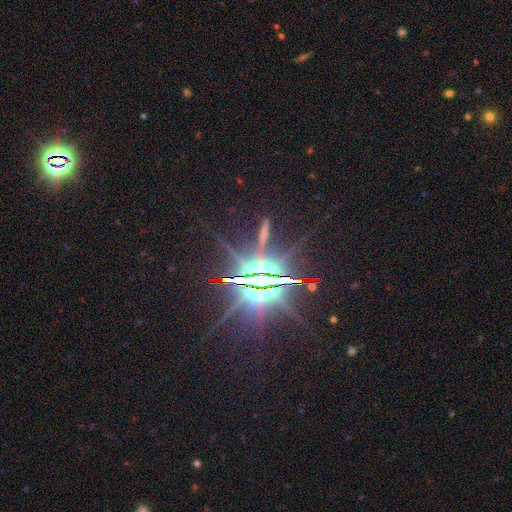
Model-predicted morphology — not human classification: Smooth or featured?
  - star or artifact: 82% *
  - featured or disk: 13%
  - smooth: 6%